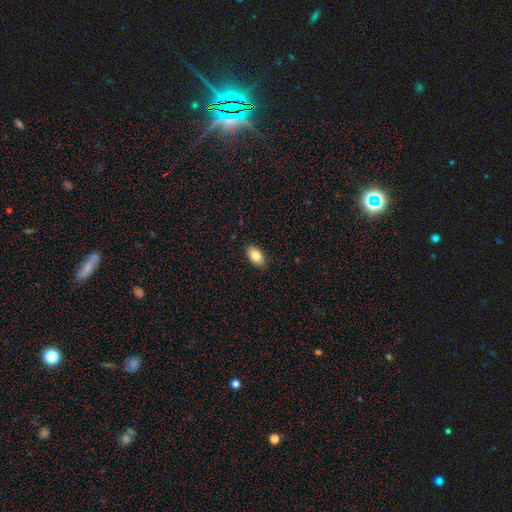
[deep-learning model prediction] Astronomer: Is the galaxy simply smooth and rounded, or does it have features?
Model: smooth — 82%.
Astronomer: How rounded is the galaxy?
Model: in between — 92%.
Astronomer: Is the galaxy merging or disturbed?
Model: none — 88%.